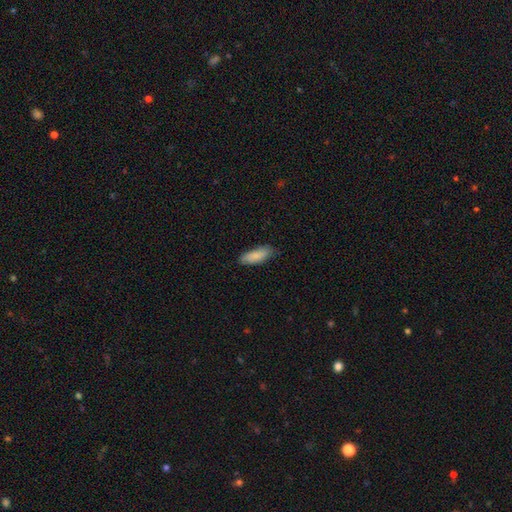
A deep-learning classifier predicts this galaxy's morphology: Smooth or featured?
  - smooth: 85% *
  - featured or disk: 9%
  - star or artifact: 6%
How rounded?
  - in between: 64% *
  - cigar-shaped: 34%
  - round: 2%
Merging?
  - none: 79% *
  - minor disturbance: 17%
  - major disturbance: 3%
  - merger: 1%